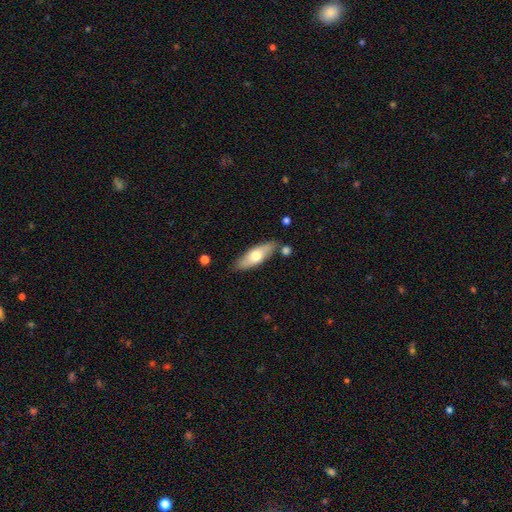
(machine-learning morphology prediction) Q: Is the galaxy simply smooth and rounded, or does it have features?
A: smooth — 62%.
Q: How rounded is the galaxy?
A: in between — 59%.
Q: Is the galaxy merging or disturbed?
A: none — 79%.